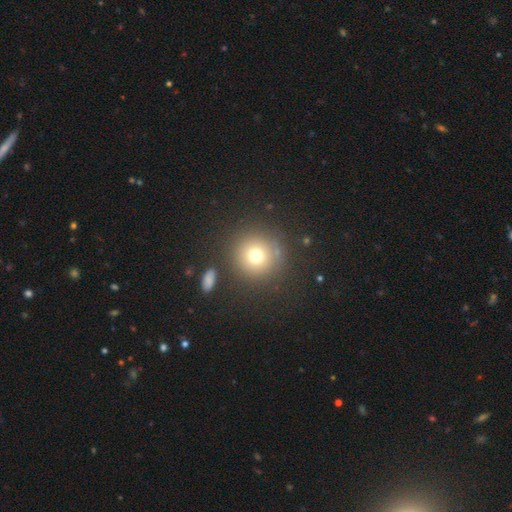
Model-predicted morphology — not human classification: type=smooth (72%); roundness=round (94%); merging=none (84%).